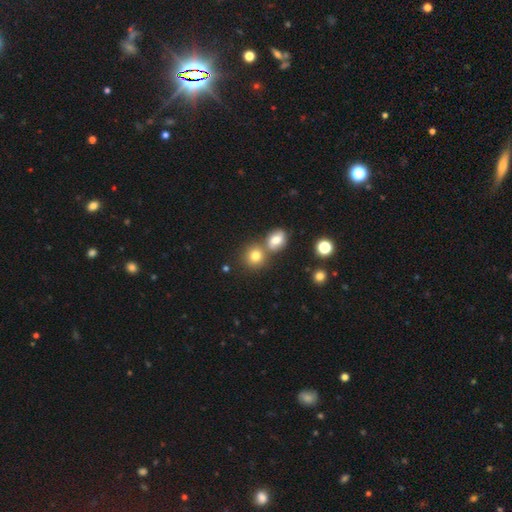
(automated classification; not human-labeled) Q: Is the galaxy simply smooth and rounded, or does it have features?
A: smooth — 77%.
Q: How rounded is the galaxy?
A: round — 81%.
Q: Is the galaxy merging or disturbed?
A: none — 56%.